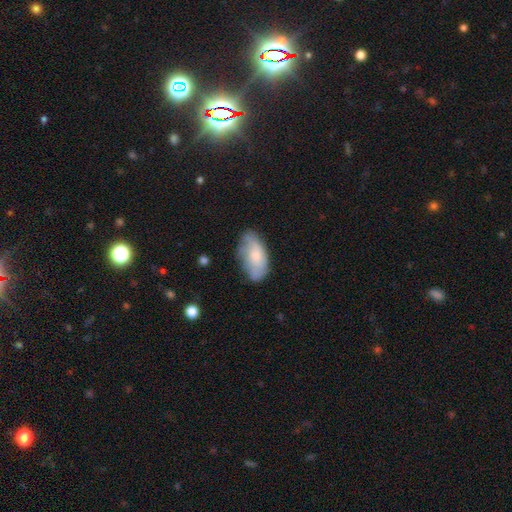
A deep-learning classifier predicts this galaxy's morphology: A smooth galaxy with no disk features (65%) that is in between round and cigar-shaped (94%). Merging: none (63%).